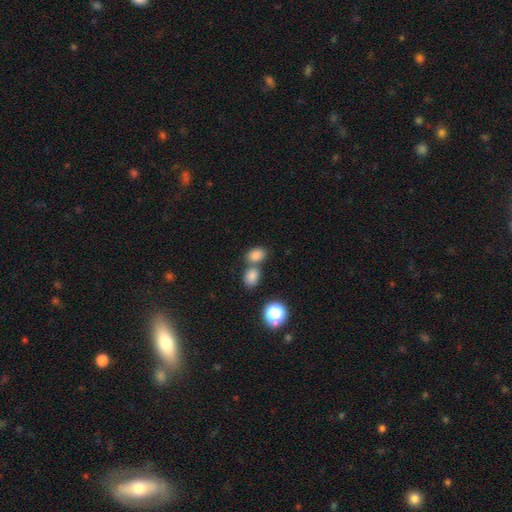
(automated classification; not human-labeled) Smooth or featured: smooth — 82% (star or artifact — 12%)
How rounded: in between — 72% (round — 26%)
Merging: none — 45% (merger — 43%)